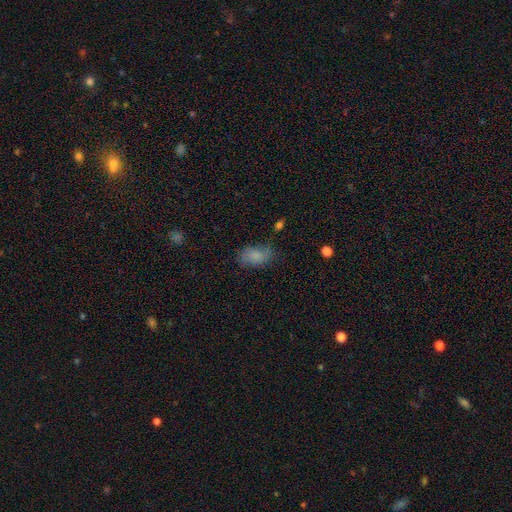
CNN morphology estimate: Smooth or featured? smooth (79%)
How rounded? in between (90%)
Merging? none (61%)